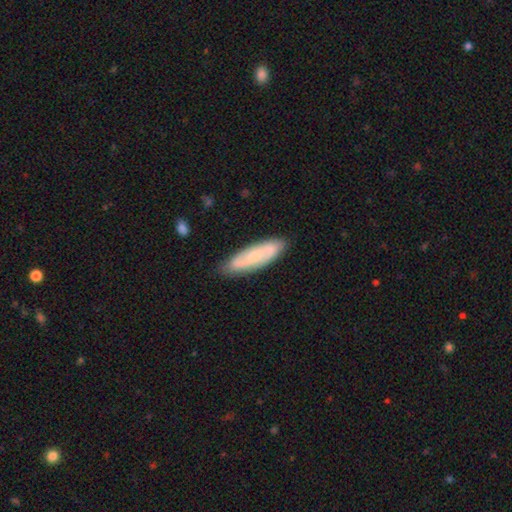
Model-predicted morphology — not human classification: This is possibly a smooth galaxy (50%). How rounded: likely cigar-shaped (60%). Merging: clearly none (82%).